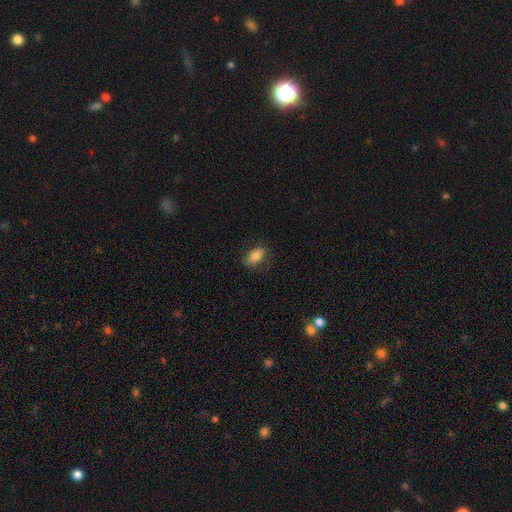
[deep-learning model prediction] Overall: smooth (76%). How rounded: in between (88%). Merging: none (75%).